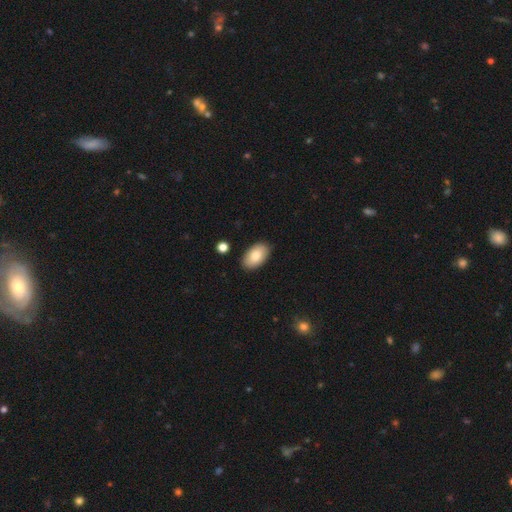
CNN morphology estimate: Smooth or featured: smooth — 83% (featured or disk — 11%)
How rounded: in between — 95% (round — 4%)
Merging: none — 88% (minor disturbance — 8%)